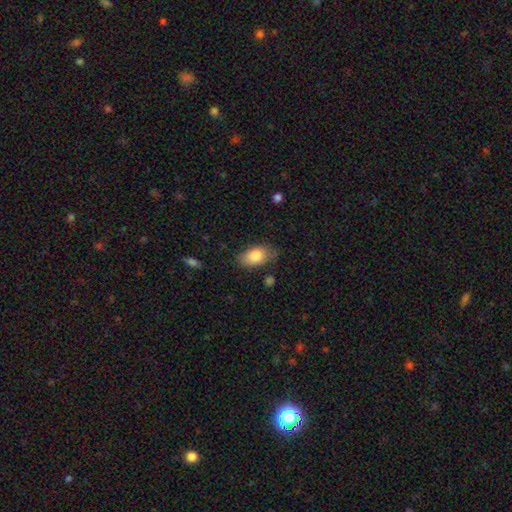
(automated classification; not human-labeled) Morphology: type=smooth (82%); roundness=in between (92%); merging=none (75%).